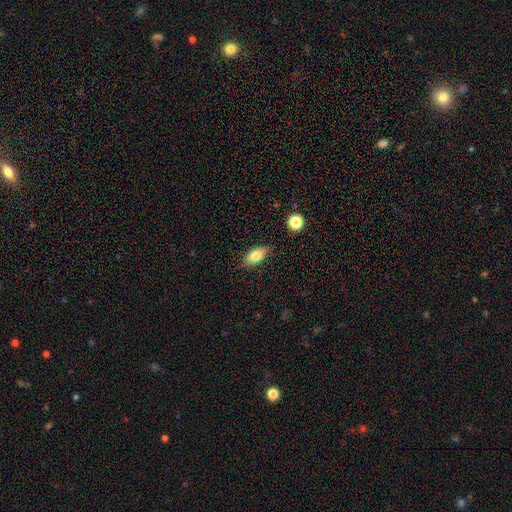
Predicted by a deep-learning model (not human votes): Smooth or featured? smooth (80%)
How rounded? in between (87%)
Merging? none (82%)